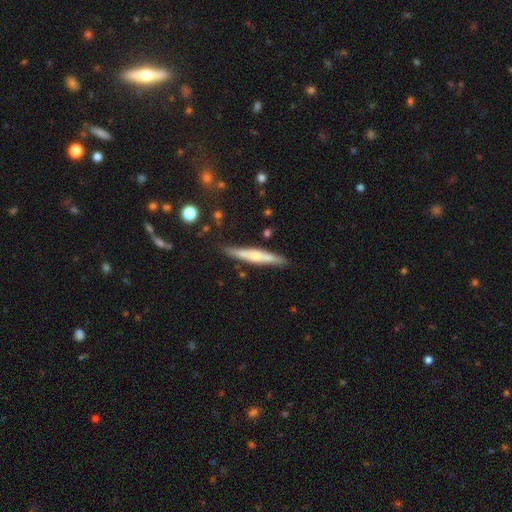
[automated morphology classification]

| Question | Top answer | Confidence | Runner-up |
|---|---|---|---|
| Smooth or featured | featured or disk | 51% | smooth (43%) |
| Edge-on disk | yes | 93% | no (7%) |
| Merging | none | 84% | minor disturbance (11%) |